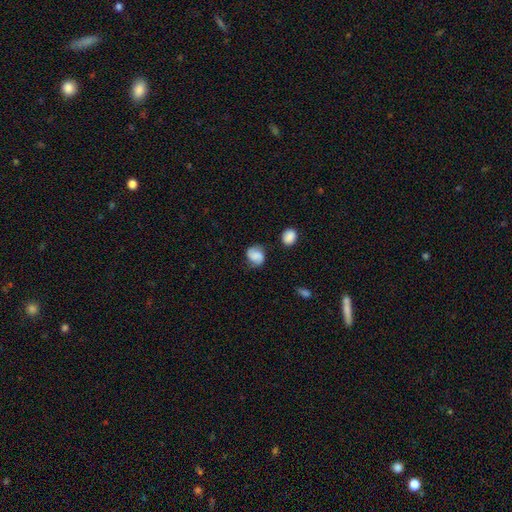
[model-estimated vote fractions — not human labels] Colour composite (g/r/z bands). It shows a smooth galaxy with no disk features (46%). Merging: none (69%).